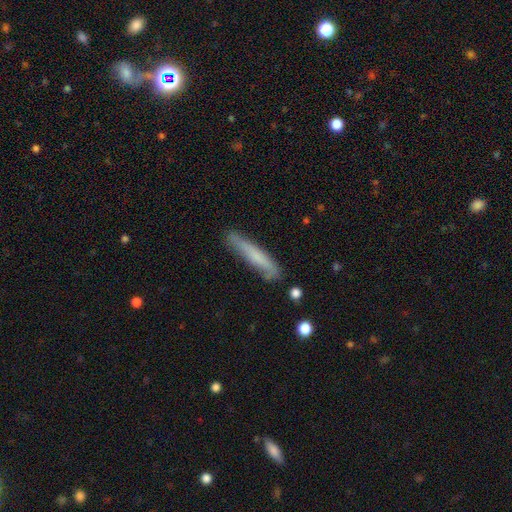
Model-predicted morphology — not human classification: Smooth or featured? smooth (65%)
How rounded? cigar-shaped (93%)
Merging? none (79%)